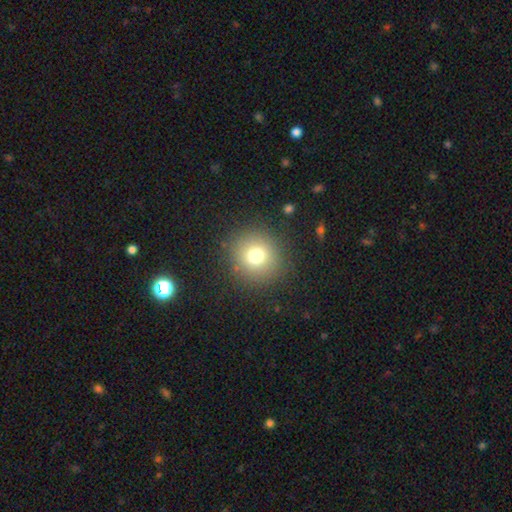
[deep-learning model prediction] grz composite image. It shows a smooth galaxy with no disk features (75%) that is round (92%). Merging: none (88%).